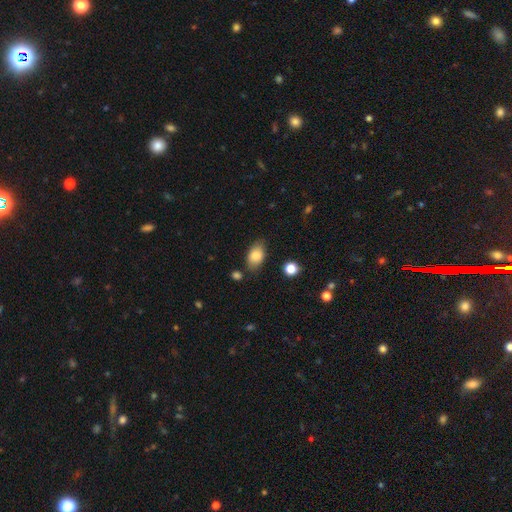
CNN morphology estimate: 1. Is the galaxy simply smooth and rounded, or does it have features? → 83% smooth, 9% featured or disk, 7% star or artifact.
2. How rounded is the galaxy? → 89% in between, 9% round, 2% cigar-shaped.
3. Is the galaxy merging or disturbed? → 74% none, 18% minor disturbance, 4% major disturbance, 3% merger.